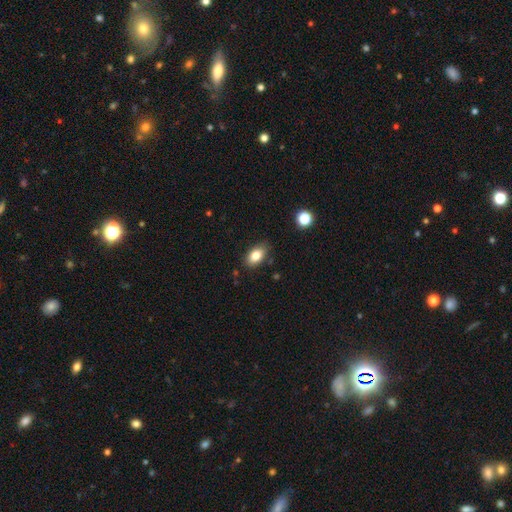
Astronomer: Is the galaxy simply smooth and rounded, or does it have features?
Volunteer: smooth — 97%.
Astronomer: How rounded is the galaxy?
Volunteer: in between — 89%.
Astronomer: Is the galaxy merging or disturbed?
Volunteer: none — 86%.